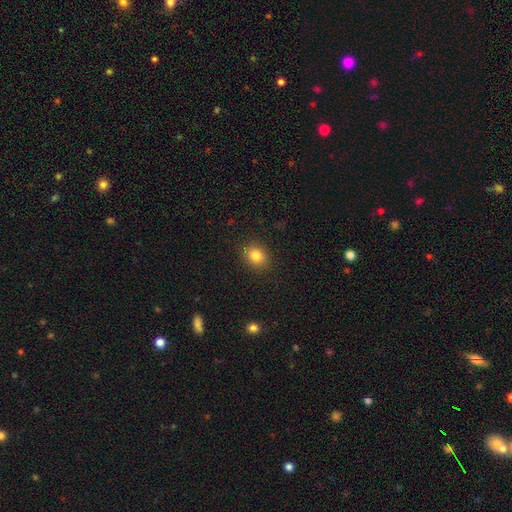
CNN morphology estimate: Smooth or featured?
  - smooth: 83% *
  - star or artifact: 11%
  - featured or disk: 7%
How rounded?
  - round: 61% *
  - in between: 38%
  - cigar-shaped: 1%
Merging?
  - none: 89% *
  - minor disturbance: 8%
  - major disturbance: 2%
  - merger: 1%